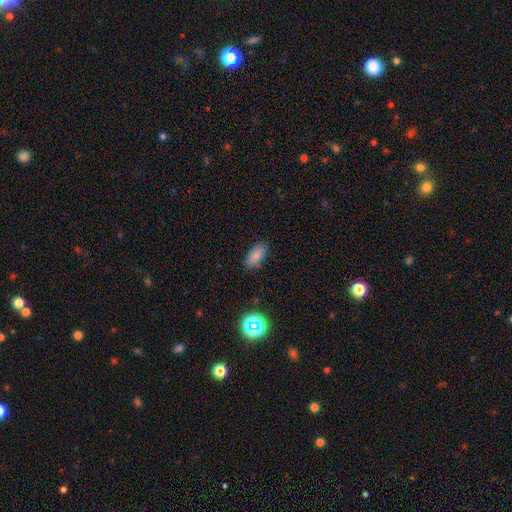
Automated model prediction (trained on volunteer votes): The model was most divided on "merging": none: 84%, minor disturbance: 12%, major disturbance: 3%, merger: 1%. More confident: how rounded — in between (91%); smooth or featured — smooth (84%).